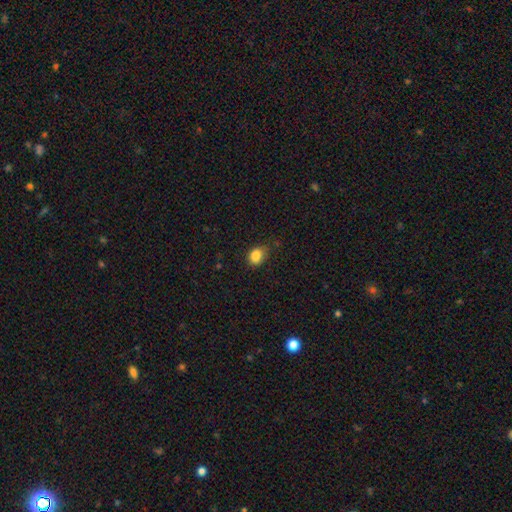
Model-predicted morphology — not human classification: smooth_or_featured: smooth (p=0.85) [alt: star or artifact p=0.10]
how_rounded: in between (p=0.54) [alt: round p=0.45]
merging: none (p=0.71) [alt: minor disturbance p=0.23]